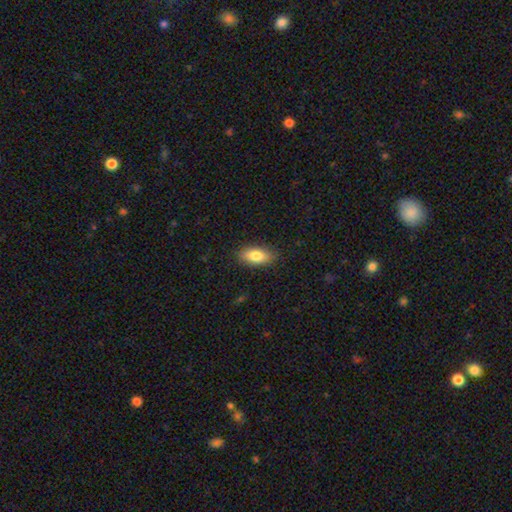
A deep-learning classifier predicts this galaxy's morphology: type=smooth (80%); roundness=in between (86%); merging=none (86%).